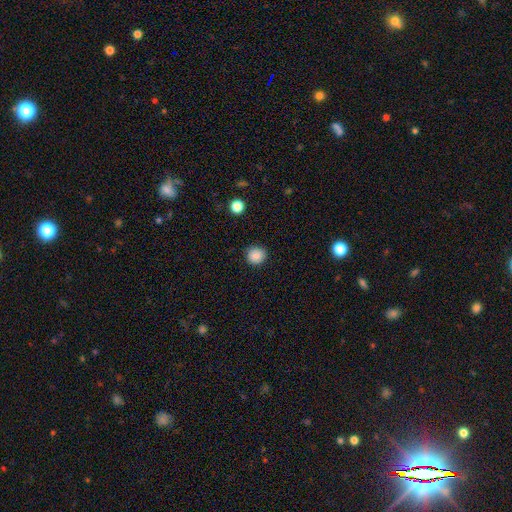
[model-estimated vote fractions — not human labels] Smooth or featured: smooth — 87% (star or artifact — 10%)
How rounded: round — 91% (in between — 8%)
Merging: none — 88% (minor disturbance — 8%)